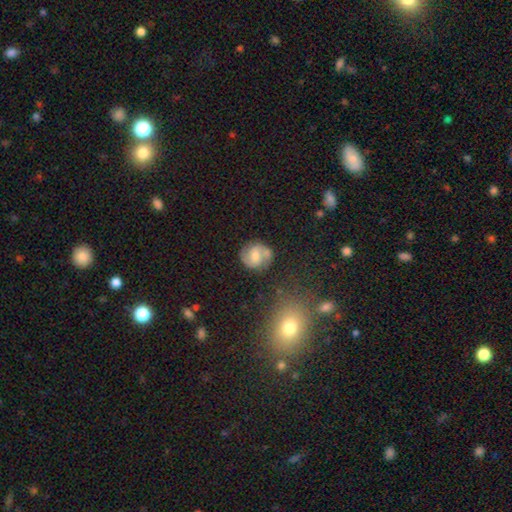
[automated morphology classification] featured or disk 59%, smooth 33%, star or artifact 8%. Down the decision tree: edge-on disk — no (97%); bar — weak (48%); spiral arms — yes (86%); bulge size — moderate (50%); merging — none (66%).